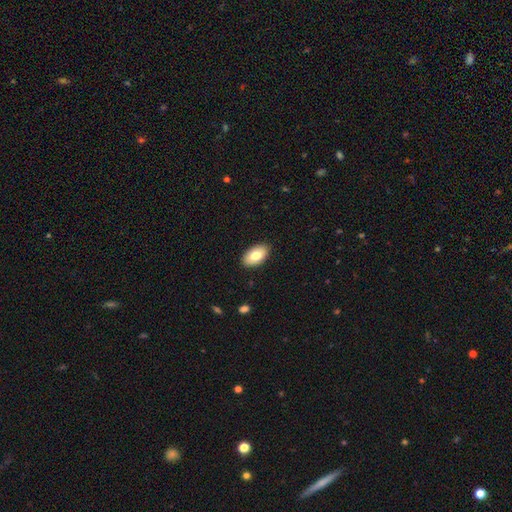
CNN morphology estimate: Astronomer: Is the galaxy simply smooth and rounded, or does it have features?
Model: smooth — 78%.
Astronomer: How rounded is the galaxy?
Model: in between — 94%.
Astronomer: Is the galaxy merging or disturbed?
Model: none — 89%.